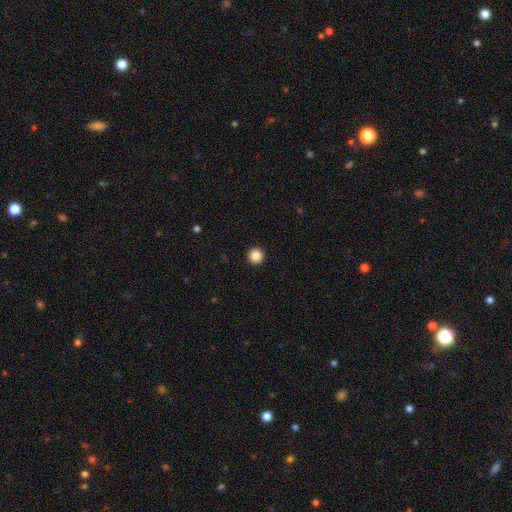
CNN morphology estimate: A smooth galaxy with no disk features (87%) that is round (96%). Merging: none (94%).